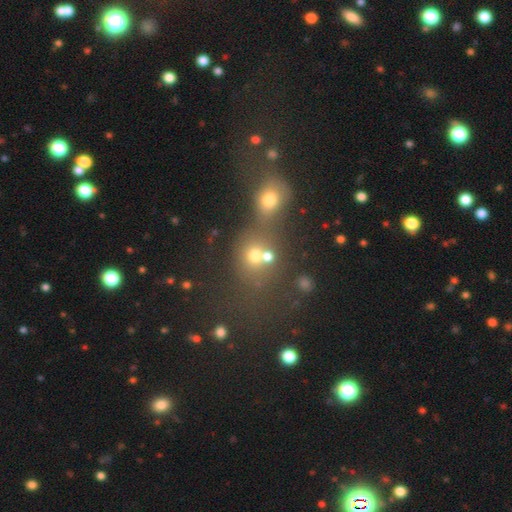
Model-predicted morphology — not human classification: smooth-or-featured: smooth: 69% | star or artifact: 19% | featured or disk: 12%
  how-rounded: round: 74% | in between: 24% | cigar-shaped: 2%
  merging: merger: 47% | none: 39% | minor disturbance: 8% | major disturbance: 6%